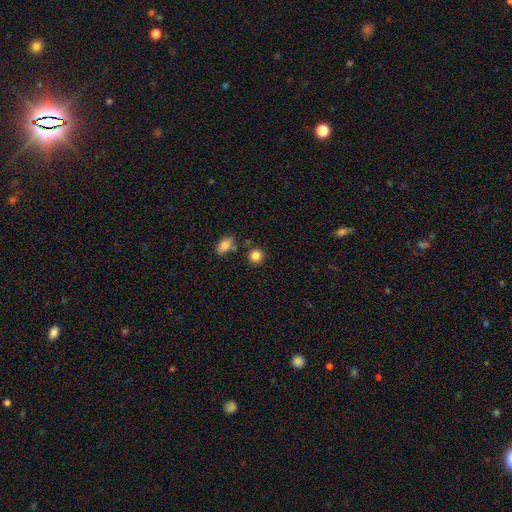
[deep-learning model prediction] smooth_or_featured: smooth (p=0.86) [alt: star or artifact p=0.10]
how_rounded: round (p=0.88) [alt: in between p=0.10]
merging: none (p=0.81) [alt: minor disturbance p=0.09]